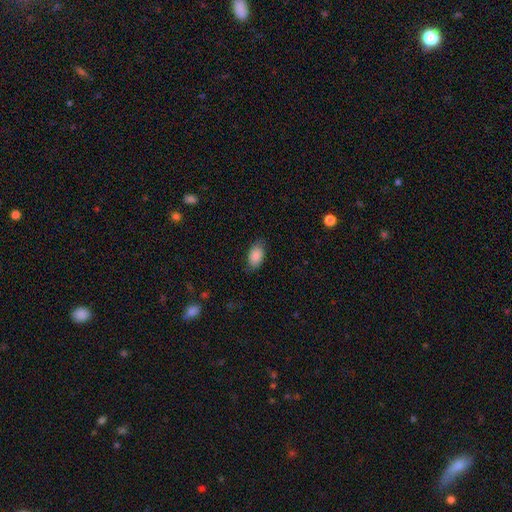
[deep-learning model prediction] A smooth galaxy with no disk features (87%) that is in between round and cigar-shaped (93%). Merging: none (79%).